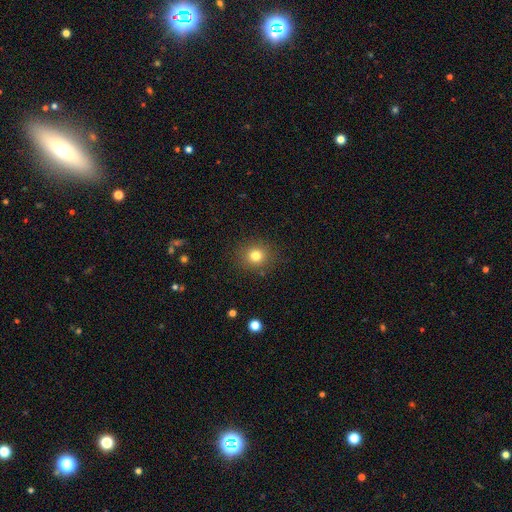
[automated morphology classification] This is likely a smooth galaxy (79%). How rounded: clearly round (85%). Merging: clearly none (88%).